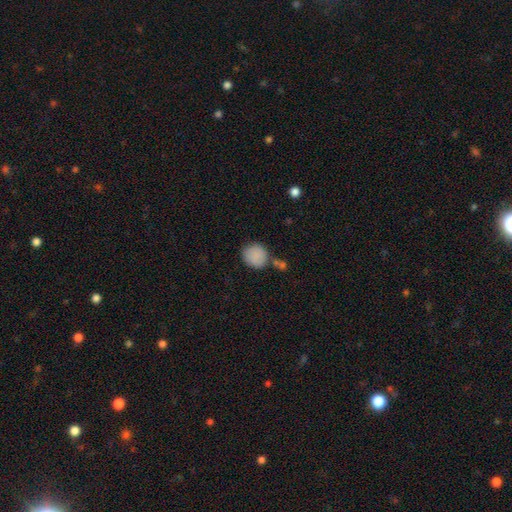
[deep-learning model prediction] smooth-or-featured: smooth: 87% | star or artifact: 8% | featured or disk: 5%
  how-rounded: round: 84% | in between: 15% | cigar-shaped: 1%
  merging: none: 66% | minor disturbance: 17% | merger: 12% | major disturbance: 5%